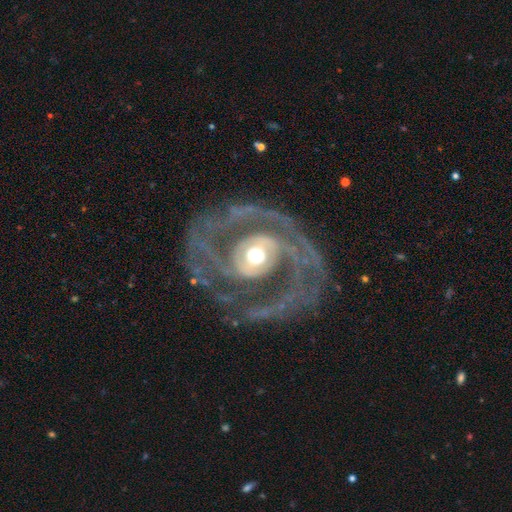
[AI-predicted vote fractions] smooth-or-featured: featured or disk: 89% | smooth: 6% | star or artifact: 5%
  disk-edge-on: no: 97% | yes: 3%
    bar: no: 55% | weak: 25% | strong: 19%
    has-spiral-arms: yes: 92% | no: 8%
      spiral-winding: medium: 40% | tight: 39% | loose: 21%
      spiral-arm-count: 2: 46% | can't tell: 15% | 3: 14% | 4: 9% | more than 4: 8% | 1: 8%
    bulge-size: moderate: 59% | large: 28% | small: 8% | dominant: 4% | none: 1%
  merging: none: 68% | major disturbance: 17% | minor disturbance: 12% | merger: 2%